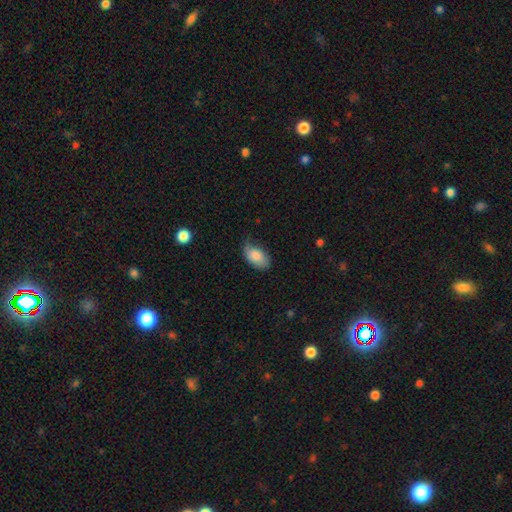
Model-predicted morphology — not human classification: Smooth or featured?
  - smooth: 81% *
  - featured or disk: 13%
  - star or artifact: 7%
How rounded?
  - in between: 93% *
  - round: 6%
  - cigar-shaped: 1%
Merging?
  - none: 52% *
  - minor disturbance: 36%
  - major disturbance: 10%
  - merger: 2%